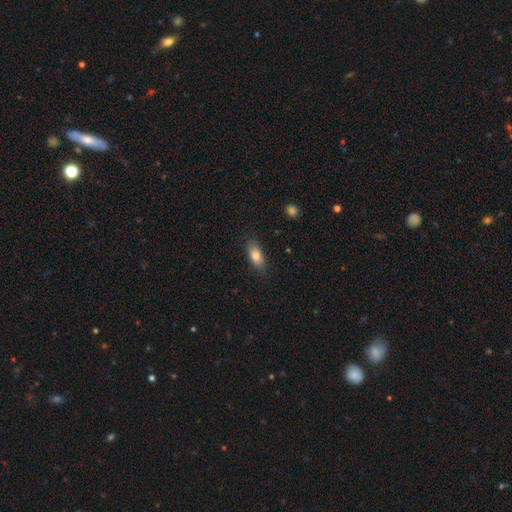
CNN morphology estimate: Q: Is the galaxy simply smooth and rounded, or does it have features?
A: smooth — 80%.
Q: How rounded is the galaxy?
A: in between — 83%.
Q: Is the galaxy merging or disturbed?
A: none — 85%.